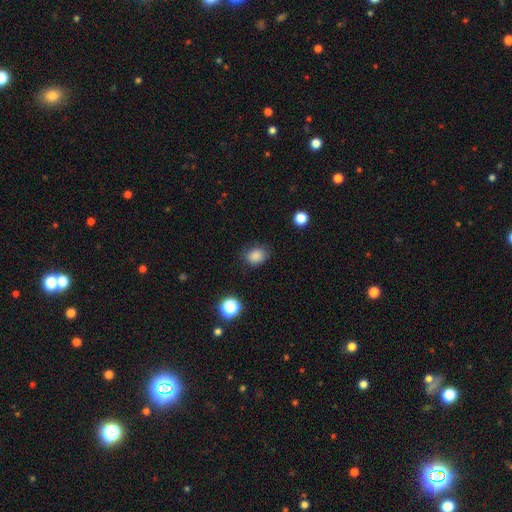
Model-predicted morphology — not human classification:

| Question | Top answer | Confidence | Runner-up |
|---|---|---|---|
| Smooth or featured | smooth | 85% | star or artifact (11%) |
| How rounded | in between | 60% | round (39%) |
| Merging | none | 77% | minor disturbance (17%) |